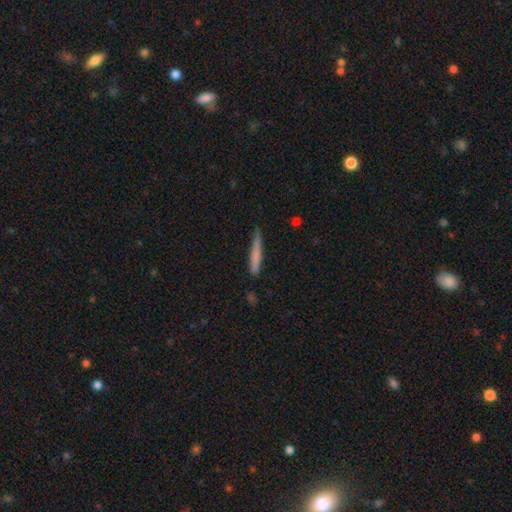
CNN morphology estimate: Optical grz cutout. It shows a smooth galaxy with no disk features (71%) that is cigar-shaped (95%). Merging: none (77%).